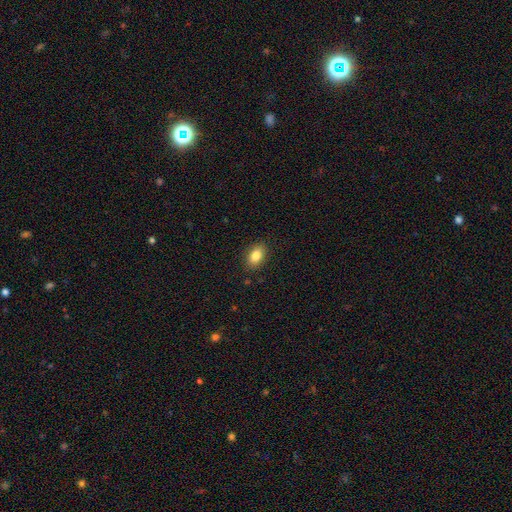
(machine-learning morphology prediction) smooth_or_featured: smooth (p=0.84) [alt: star or artifact p=0.08]
how_rounded: in between (p=0.86) [alt: round p=0.12]
merging: none (p=0.87) [alt: minor disturbance p=0.09]